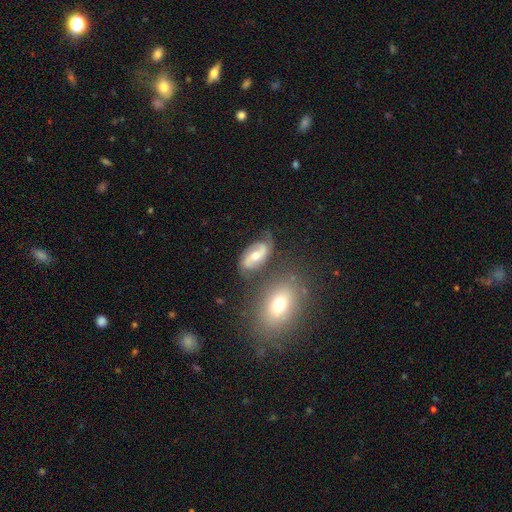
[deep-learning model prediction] A featured or disk galaxy (71%) with a weak bar (40%), 2 (87%) medium (42%) spiral arms (89%) and a moderate central bulge (65%). Merging: none (64%).